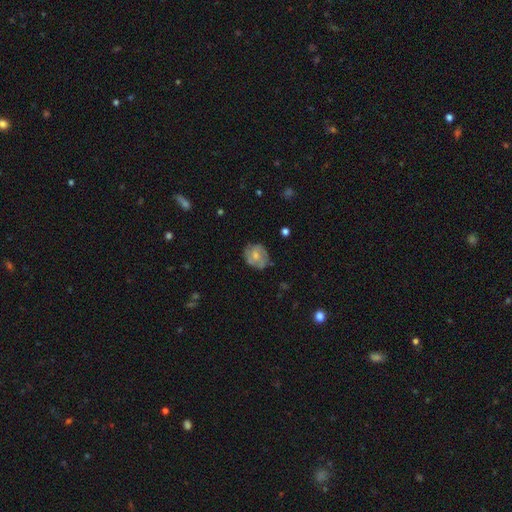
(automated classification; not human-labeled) This is possibly a featured or disk galaxy (48%). Merging: likely none (70%).